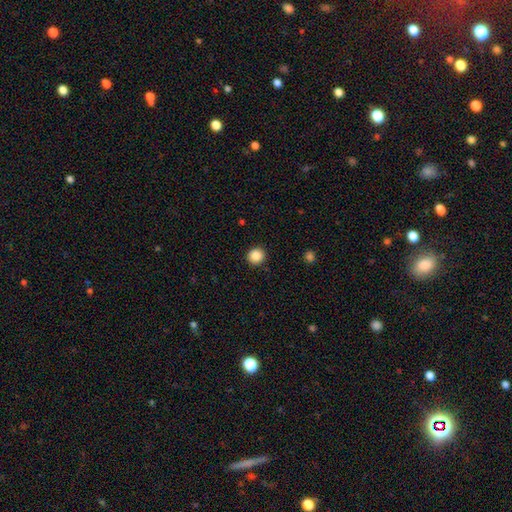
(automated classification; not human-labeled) Smooth or featured? Predicted: smooth (p=0.87). How rounded? Predicted: round (p=0.92). Merging? Predicted: none (p=0.92).